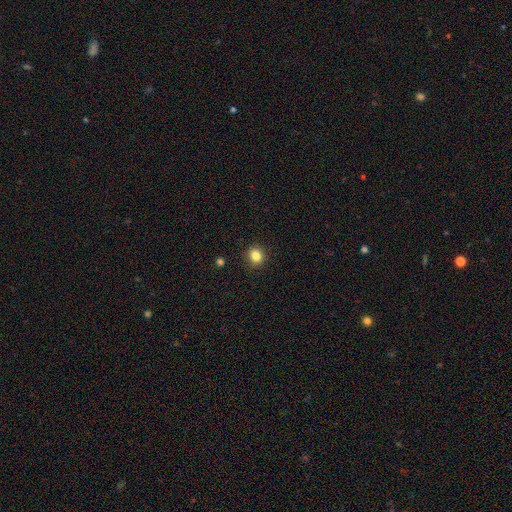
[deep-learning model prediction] Morphology: type=smooth (84%); roundness=round (74%); merging=none (90%).